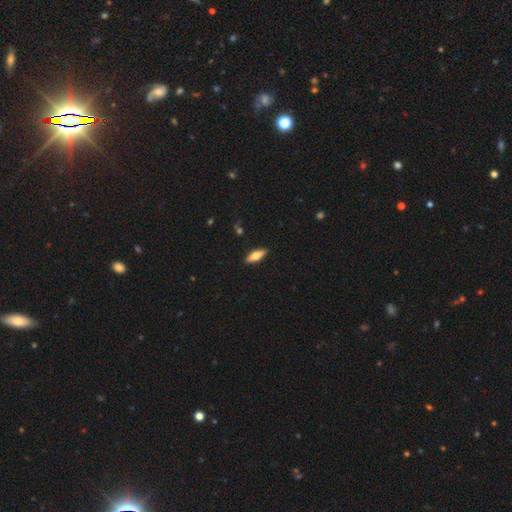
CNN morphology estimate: A smooth galaxy with no disk features (64%) that is in between round and cigar-shaped (61%).

Vote fractions:
- Smooth or featured? smooth: 64% / featured or disk: 30% / star or artifact: 6%
- How rounded? in between: 61% / cigar-shaped: 36% / round: 2%
- Merging? none: 89% / minor disturbance: 8% / major disturbance: 2% / merger: 1%